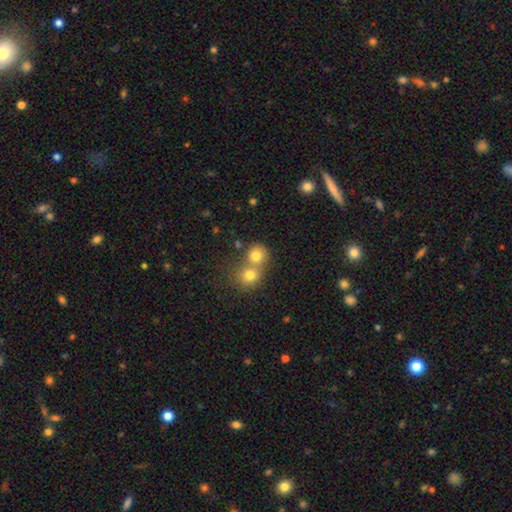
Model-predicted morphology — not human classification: A smooth galaxy with no disk features (77%) that is round (82%).

Vote fractions:
- Smooth or featured? smooth: 77% / star or artifact: 12% / featured or disk: 11%
- How rounded? round: 82% / in between: 17% / cigar-shaped: 1%
- Merging? merger: 55% / none: 37% / minor disturbance: 5% / major disturbance: 2%